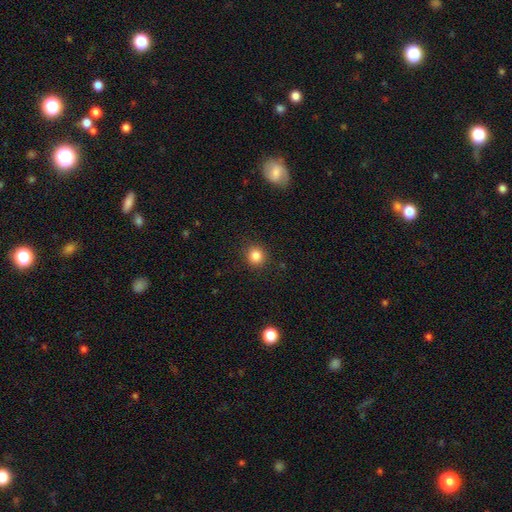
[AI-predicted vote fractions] Overall: smooth (84%). How rounded: round (88%). Merging: none (89%).